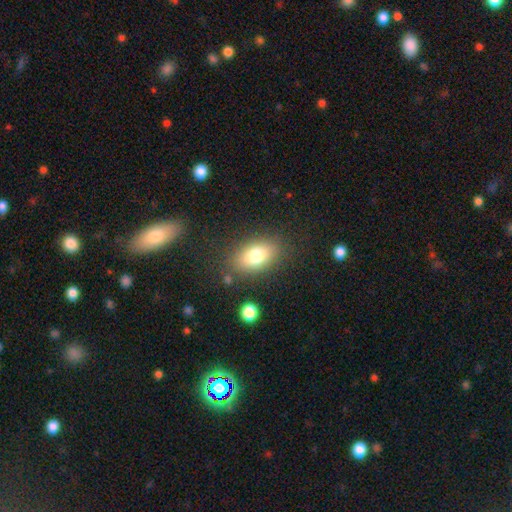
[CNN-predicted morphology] smooth_or_featured: smooth (p=0.77) [alt: featured or disk p=0.14]
how_rounded: in between (p=0.87) [alt: round p=0.10]
merging: none (p=0.81) [alt: minor disturbance p=0.12]